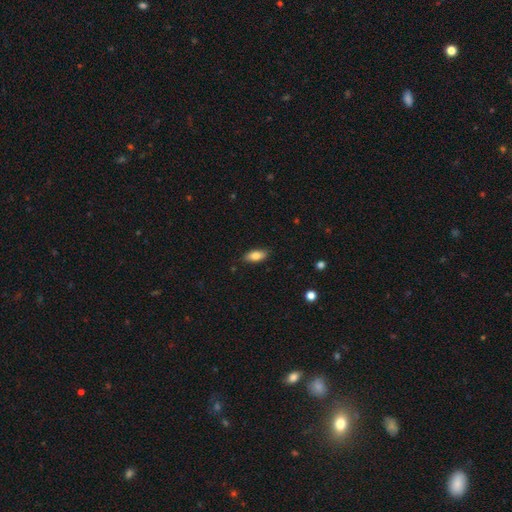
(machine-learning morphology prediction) Smooth or featured?
  - smooth: 80% *
  - featured or disk: 13%
  - star or artifact: 7%
How rounded?
  - in between: 84% *
  - cigar-shaped: 13%
  - round: 3%
Merging?
  - none: 85% *
  - minor disturbance: 12%
  - major disturbance: 2%
  - merger: 1%